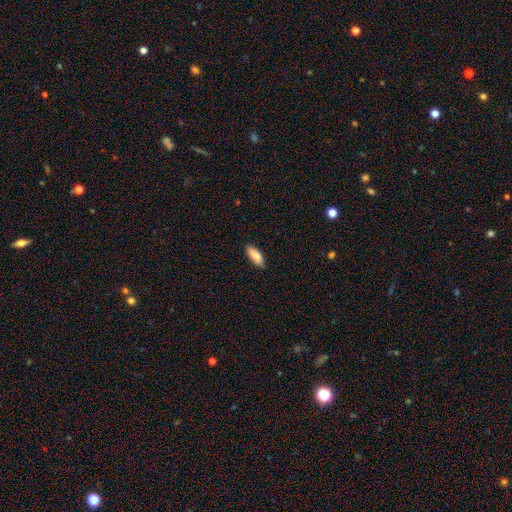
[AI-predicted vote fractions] This appears to be a smooth galaxy with no disk features (85%) that is in between round and cigar-shaped (75%). Merging: none (86%).